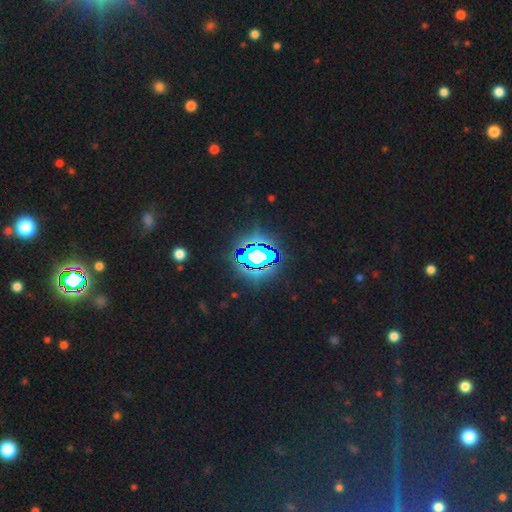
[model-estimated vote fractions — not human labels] star or artifact 73%, smooth 14%, featured or disk 13%.